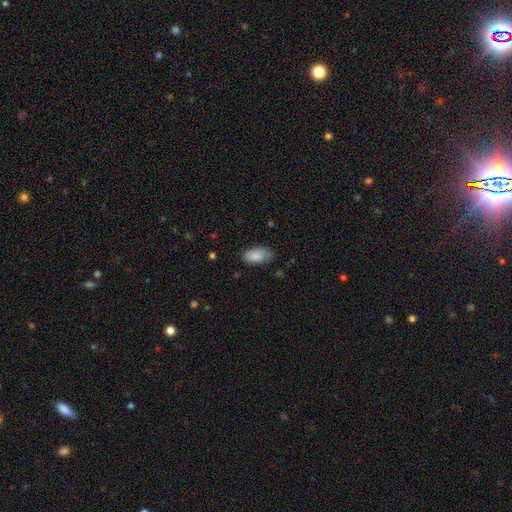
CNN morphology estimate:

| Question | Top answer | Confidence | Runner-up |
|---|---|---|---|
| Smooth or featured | smooth | 88% | star or artifact (7%) |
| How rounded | in between | 93% | cigar-shaped (4%) |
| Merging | none | 74% | minor disturbance (20%) |